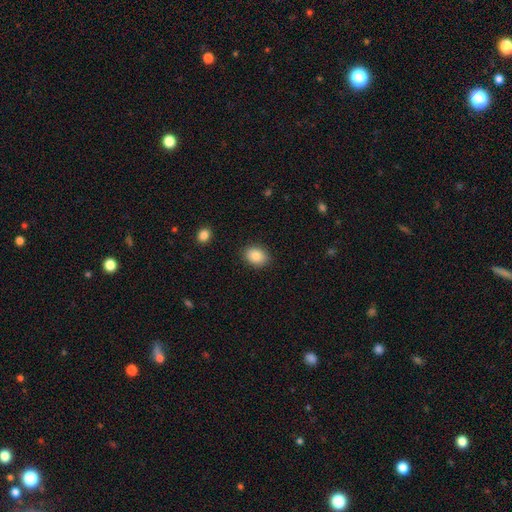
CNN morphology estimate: Smooth or featured? Predicted: smooth (p=0.85). How rounded? Predicted: in between (p=0.64). Merging? Predicted: none (p=0.87).